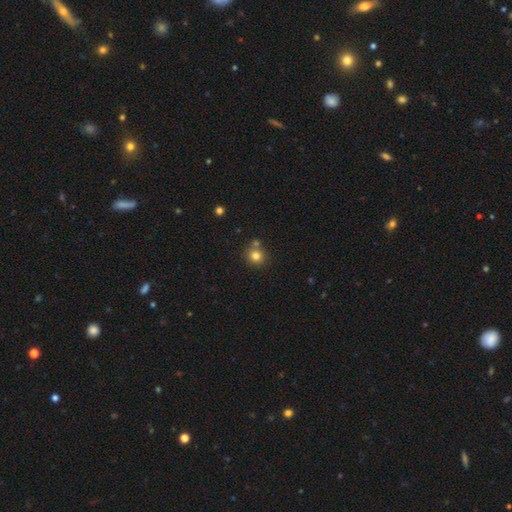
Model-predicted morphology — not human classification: smooth-or-featured: smooth: 80% | star or artifact: 13% | featured or disk: 7%
  how-rounded: round: 91% | in between: 8% | cigar-shaped: 1%
  merging: none: 70% | merger: 19% | minor disturbance: 9% | major disturbance: 3%